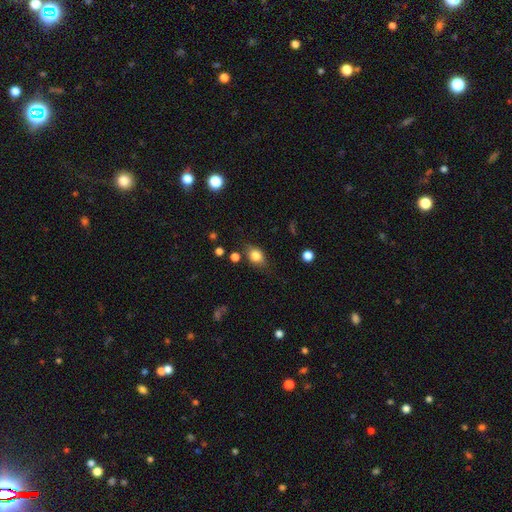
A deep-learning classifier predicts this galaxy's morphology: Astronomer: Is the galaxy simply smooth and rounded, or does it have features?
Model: smooth — 80%.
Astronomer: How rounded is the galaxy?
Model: in between — 65%.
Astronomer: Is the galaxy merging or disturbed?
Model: none — 74%.